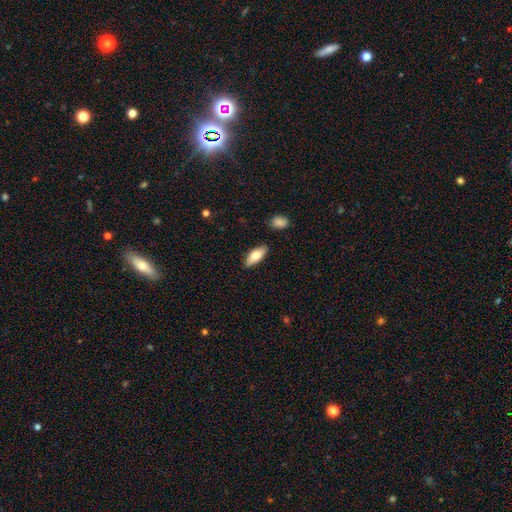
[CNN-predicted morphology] type=smooth (74%); roundness=in between (77%); merging=none (87%).